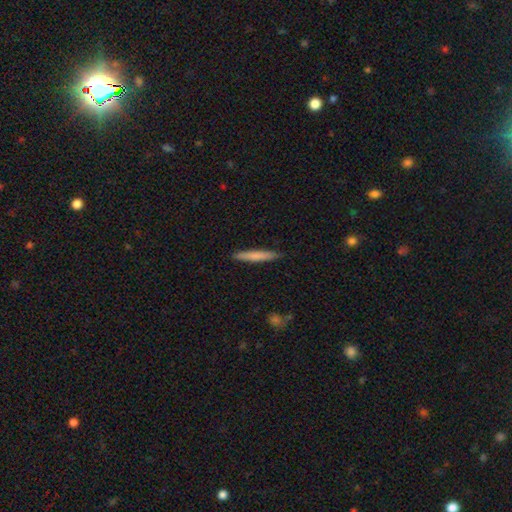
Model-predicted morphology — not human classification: A smooth galaxy with no disk features (74%) that is cigar-shaped (95%). Merging: none (89%).